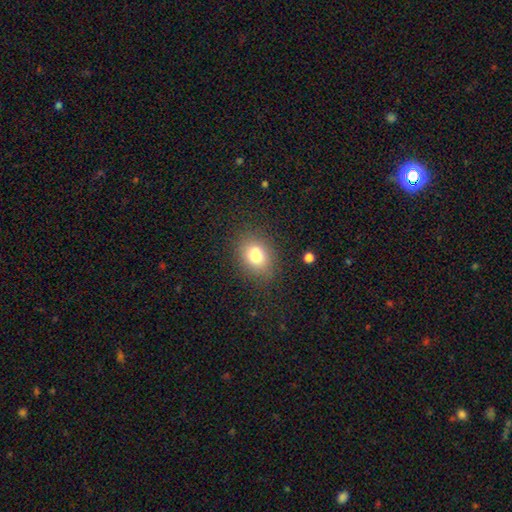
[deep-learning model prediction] smooth_or_featured: smooth (p=0.78) [alt: star or artifact p=0.11]
how_rounded: in between (p=0.61) [alt: round p=0.38]
merging: none (p=0.79) [alt: minor disturbance p=0.14]